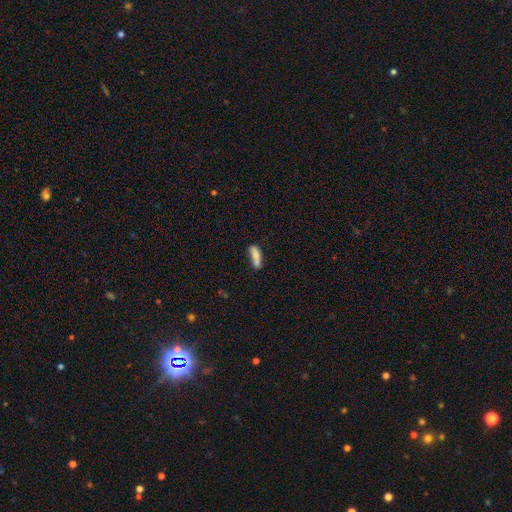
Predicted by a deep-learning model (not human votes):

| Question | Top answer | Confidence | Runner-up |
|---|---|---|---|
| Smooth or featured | smooth | 74% | featured or disk (18%) |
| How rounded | in between | 54% | cigar-shaped (43%) |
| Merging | none | 45% | merger (26%) |